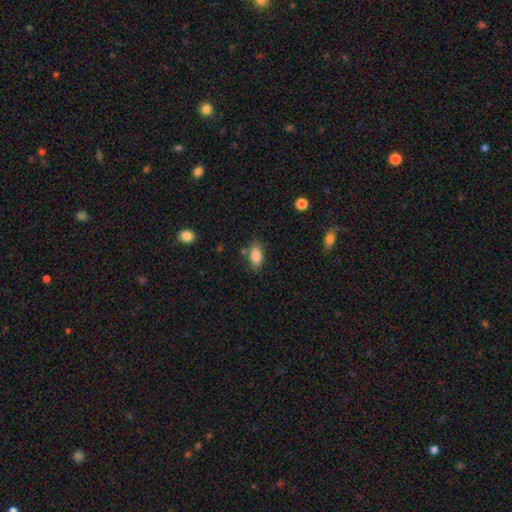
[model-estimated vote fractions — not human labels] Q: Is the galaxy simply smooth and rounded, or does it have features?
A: smooth — 86%.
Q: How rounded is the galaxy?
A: in between — 89%.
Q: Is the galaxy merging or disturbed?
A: none — 75%.